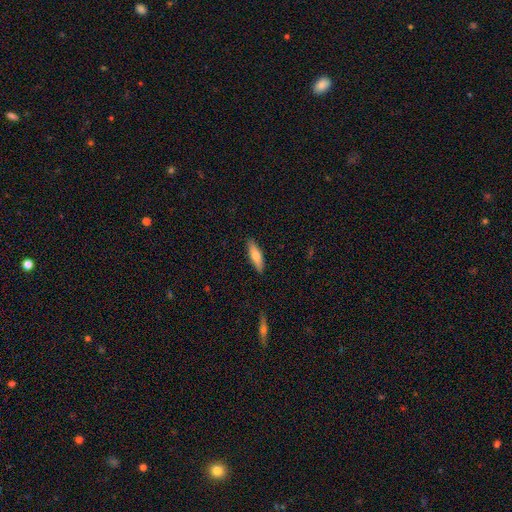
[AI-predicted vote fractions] A smooth galaxy with no disk features (67%) that is cigar-shaped (63%). Merging: none (89%).